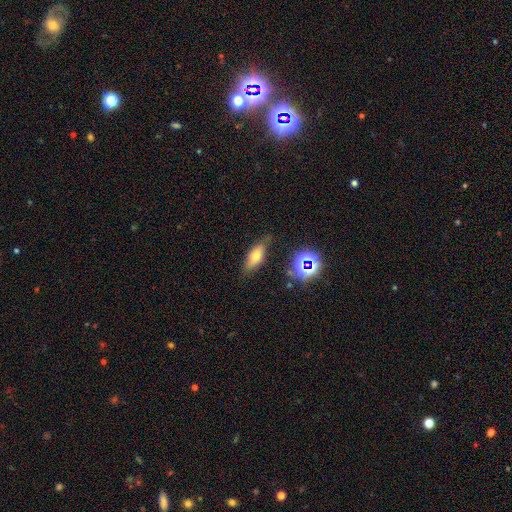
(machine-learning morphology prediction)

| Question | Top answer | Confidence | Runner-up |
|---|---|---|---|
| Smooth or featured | smooth | 63% | featured or disk (23%) |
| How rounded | in between | 73% | cigar-shaped (22%) |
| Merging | none | 71% | minor disturbance (20%) |